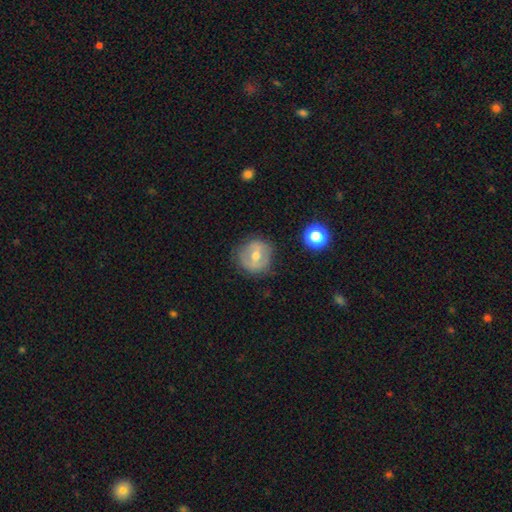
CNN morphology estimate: A featured or disk galaxy (48%).

Vote fractions:
- Smooth or featured? featured or disk: 48% / smooth: 43% / star or artifact: 9%
- Merging? none: 80% / minor disturbance: 15% / major disturbance: 4% / merger: 2%